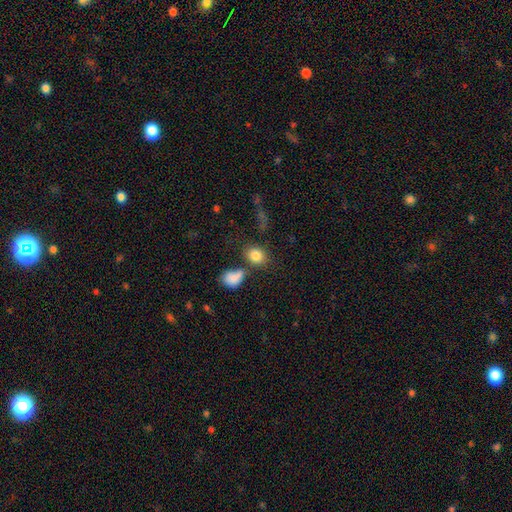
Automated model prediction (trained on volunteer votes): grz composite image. It shows a smooth galaxy with no disk features (83%) that is round (54%). Merging: none (62%).